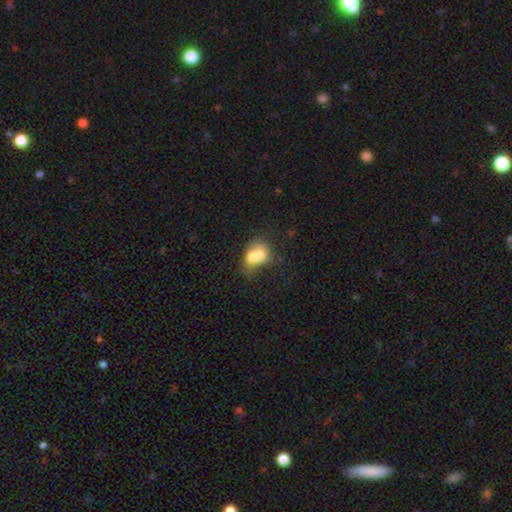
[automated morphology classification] Smooth or featured? smooth (66%)
How rounded? in between (64%)
Merging? merger (58%)